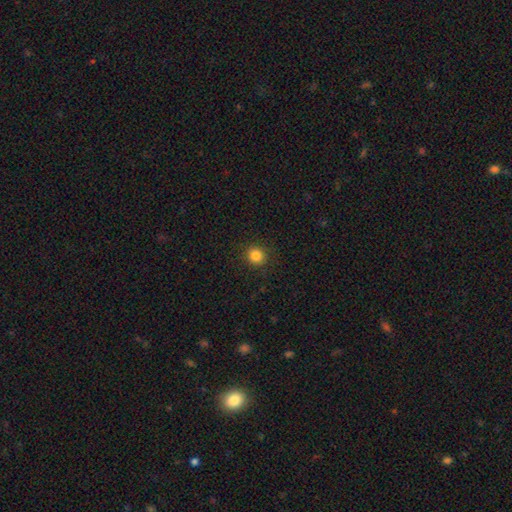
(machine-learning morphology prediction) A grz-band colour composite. It shows a smooth galaxy with no disk features (84%) that is round (89%). Merging: none (91%).